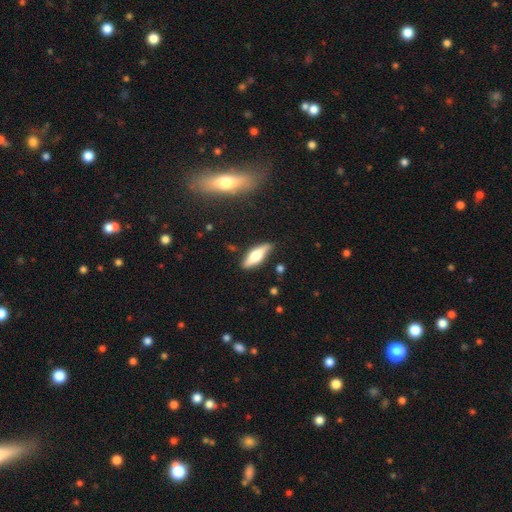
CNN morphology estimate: smooth_or_featured: smooth (p=0.49) [alt: featured or disk p=0.44]
merging: none (p=0.82) [alt: minor disturbance p=0.13]